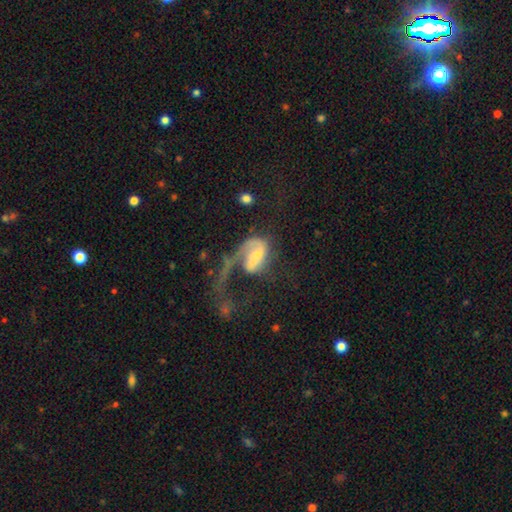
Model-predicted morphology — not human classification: Smooth or featured? featured or disk (63%)
Edge-on disk? no (96%)
Bar? no (55%)
Spiral arms? yes (68%)
Bulge size? small (45%)
Merging? major disturbance (46%)